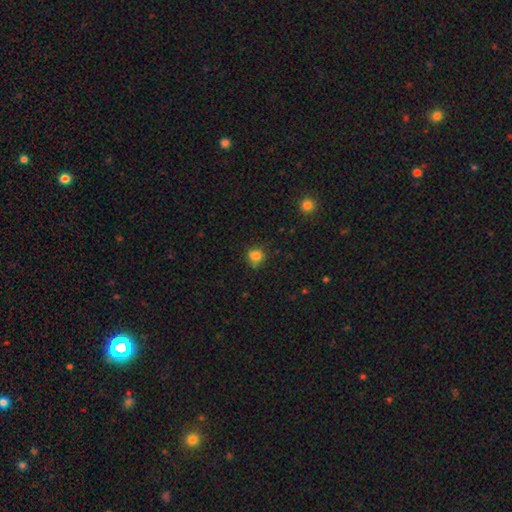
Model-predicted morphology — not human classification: A smooth galaxy with no disk features (80%) that is round (71%). Merging: none (63%).